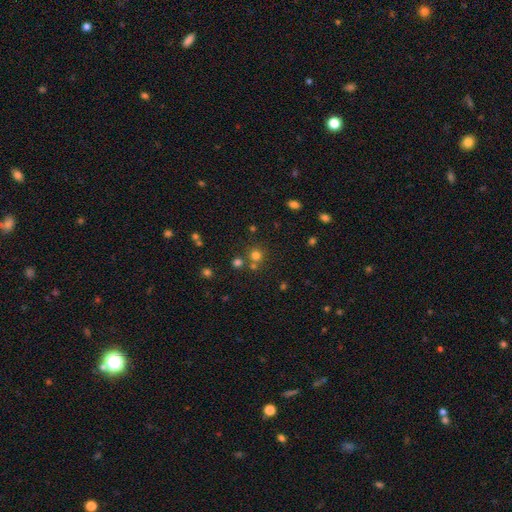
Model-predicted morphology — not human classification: Smooth or featured?
  - smooth: 70% *
  - star or artifact: 23%
  - featured or disk: 8%
How rounded?
  - round: 91% *
  - in between: 8%
  - cigar-shaped: 1%
Merging?
  - none: 69% *
  - merger: 21%
  - minor disturbance: 8%
  - major disturbance: 3%